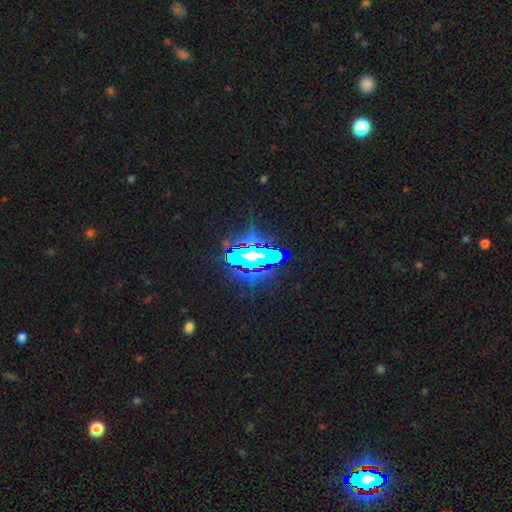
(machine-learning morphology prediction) A star or artifact, not a galaxy (60%).